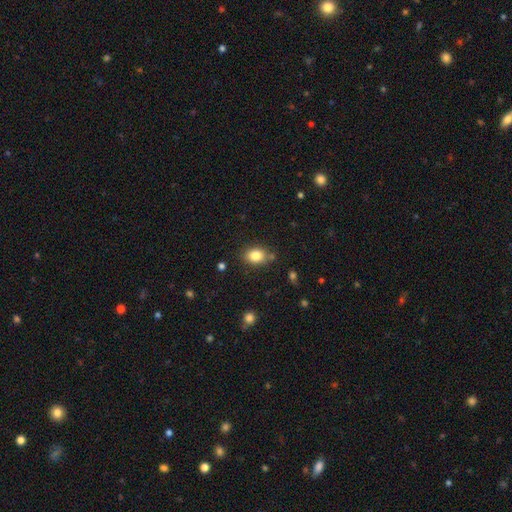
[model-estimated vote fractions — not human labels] A smooth galaxy with no disk features (83%) that is in between round and cigar-shaped (63%).

Vote fractions:
- Smooth or featured? smooth: 83% / star or artifact: 10% / featured or disk: 7%
- How rounded? in between: 63% / round: 36% / cigar-shaped: 1%
- Merging? none: 80% / minor disturbance: 12% / merger: 4% / major disturbance: 3%